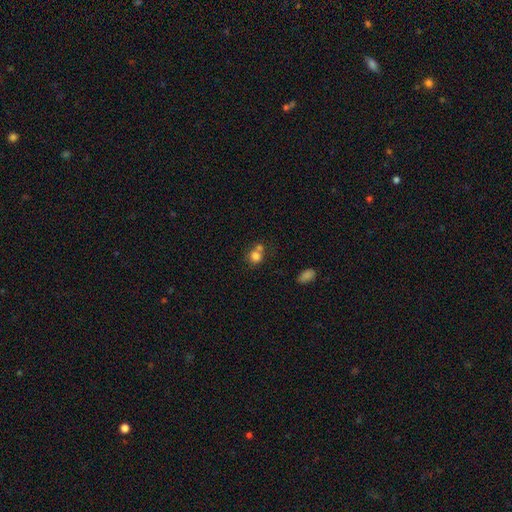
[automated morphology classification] smooth-or-featured: smooth: 79% | star or artifact: 11% | featured or disk: 10%
  how-rounded: round: 76% | in between: 23% | cigar-shaped: 1%
  merging: none: 45% | merger: 40% | minor disturbance: 11% | major disturbance: 5%